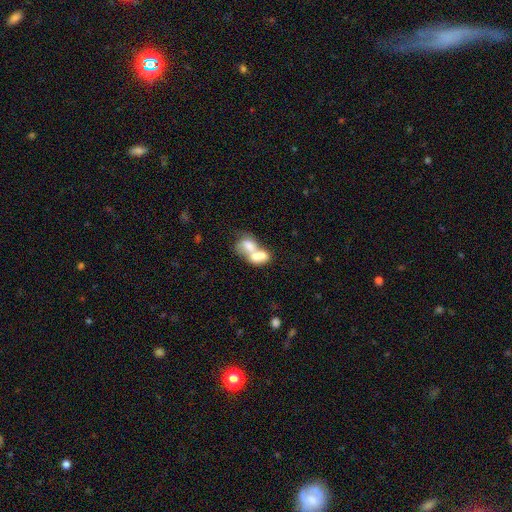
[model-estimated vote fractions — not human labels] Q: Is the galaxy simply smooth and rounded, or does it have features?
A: smooth — 61%.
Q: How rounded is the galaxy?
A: in between — 78%.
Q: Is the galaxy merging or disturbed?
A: merger — 79%.